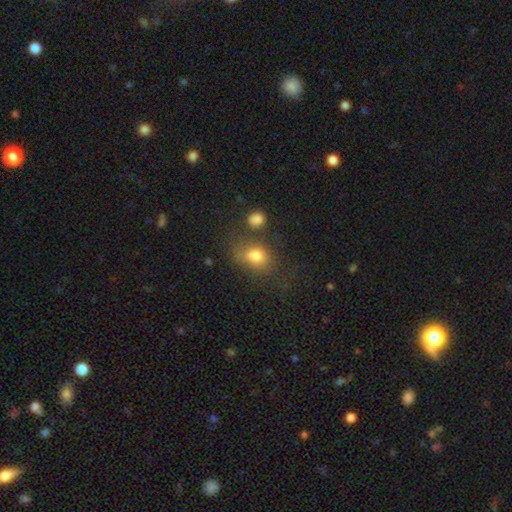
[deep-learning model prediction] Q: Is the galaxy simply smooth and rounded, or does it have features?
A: smooth — 77%.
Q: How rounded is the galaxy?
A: in between — 66%.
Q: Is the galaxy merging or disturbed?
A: none — 51%.